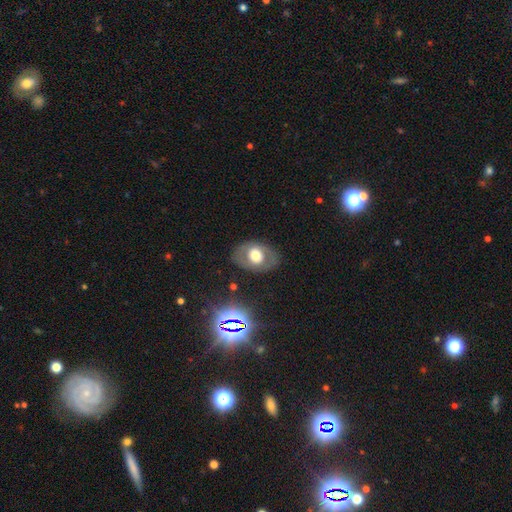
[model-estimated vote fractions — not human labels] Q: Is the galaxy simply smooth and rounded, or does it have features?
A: smooth — 46%.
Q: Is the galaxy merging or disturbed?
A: none — 78%.